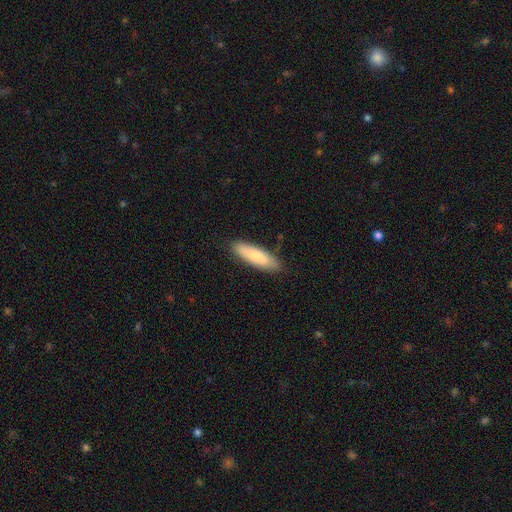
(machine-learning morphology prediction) A smooth galaxy with no disk features (79%) that is cigar-shaped (56%).

Vote fractions:
- Smooth or featured? smooth: 79% / featured or disk: 16% / star or artifact: 5%
- How rounded? cigar-shaped: 56% / in between: 43% / round: 2%
- Merging? none: 86% / minor disturbance: 11% / major disturbance: 2% / merger: 1%